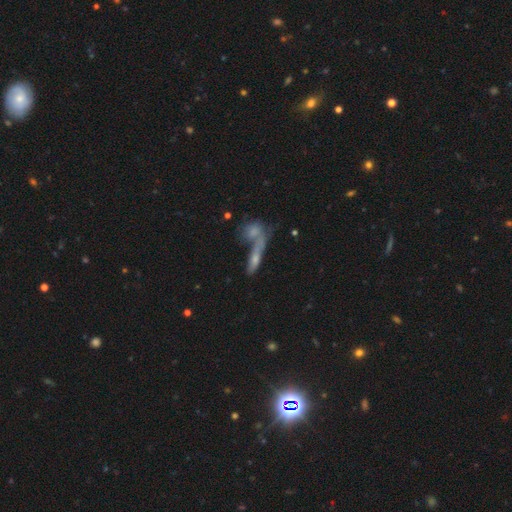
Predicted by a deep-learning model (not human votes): Smooth or featured? smooth (47%)
Merging? merger (50%)